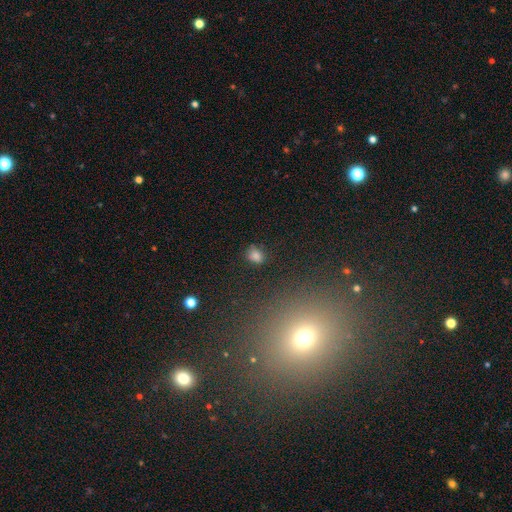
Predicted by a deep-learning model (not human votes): Smooth or featured? Predicted: smooth (p=0.78). How rounded? Predicted: in between (p=0.54). Merging? Predicted: none (p=0.74).